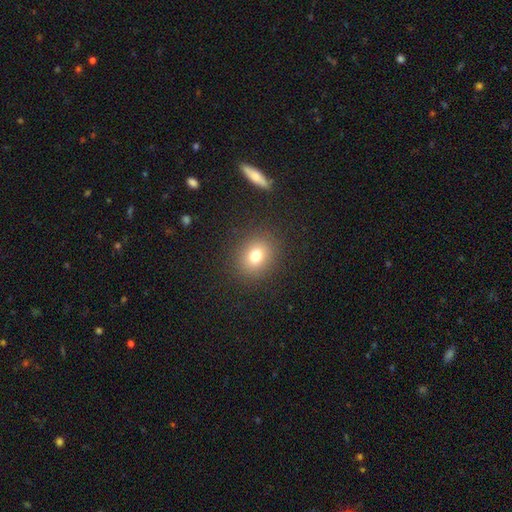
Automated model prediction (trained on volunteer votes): The model was most divided on "how rounded": round: 66%, in between: 33%, cigar-shaped: 1%. More confident: merging — none (88%); smooth or featured — smooth (76%).